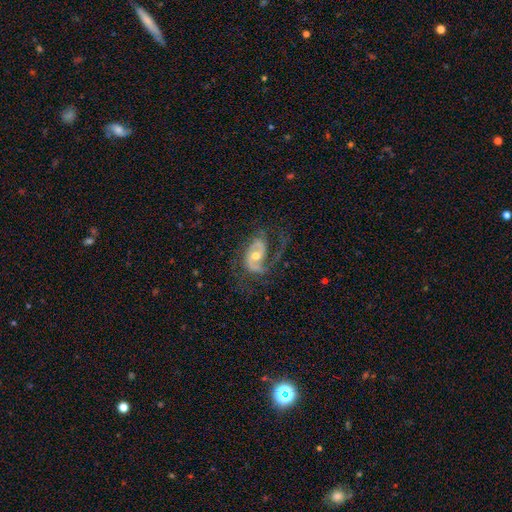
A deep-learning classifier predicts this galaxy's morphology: This is clearly a featured or disk galaxy (87%). It is clearly not viewed edge-on (97%). Bar: possibly no (52%). Spiral arm pattern: clearly yes (95%). Spiral arm count: likely 2 (68%). Spiral winding: possibly medium (49%). Central bulge: likely moderate (66%). Merging: possibly none (55%).